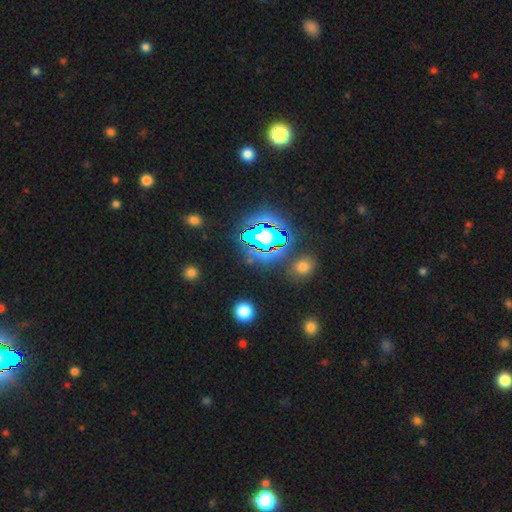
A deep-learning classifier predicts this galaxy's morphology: Smooth or featured? star or artifact (78%)